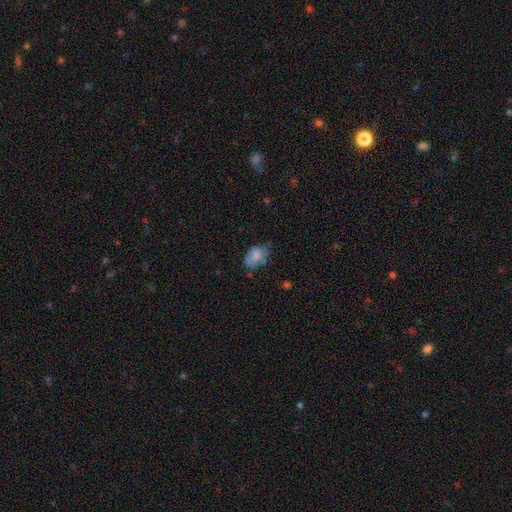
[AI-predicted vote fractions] smooth-or-featured: smooth: 70% | featured or disk: 21% | star or artifact: 9%
  how-rounded: in between: 81% | round: 18% | cigar-shaped: 2%
  merging: none: 44% | minor disturbance: 37% | major disturbance: 16% | merger: 3%